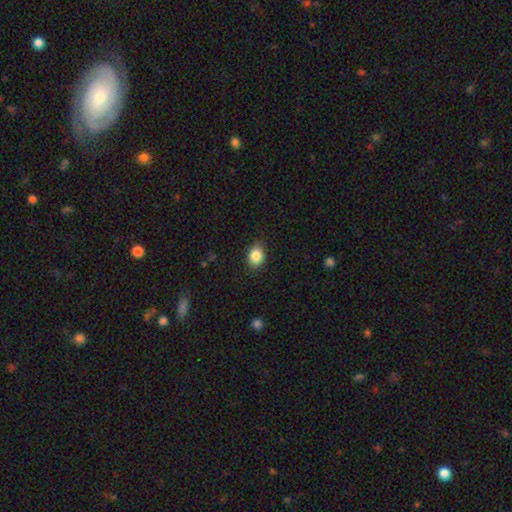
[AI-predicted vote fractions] Q: Smooth or featured?
A: smooth (86%); runner-up: star or artifact (8%)
Q: How rounded?
A: in between (69%); runner-up: round (30%)
Q: Merging?
A: none (84%); runner-up: minor disturbance (12%)